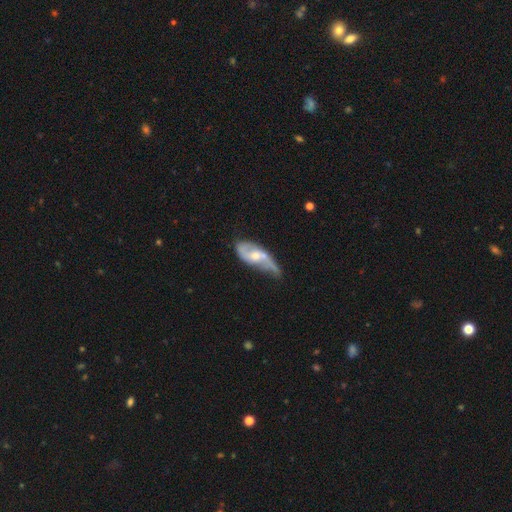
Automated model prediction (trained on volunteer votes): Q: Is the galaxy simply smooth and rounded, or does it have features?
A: featured or disk — 70%.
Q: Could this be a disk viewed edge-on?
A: no — 91%.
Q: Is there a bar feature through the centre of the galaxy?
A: no — 55%.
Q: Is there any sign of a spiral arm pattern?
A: yes — 82%.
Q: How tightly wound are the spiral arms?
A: loose — 58%.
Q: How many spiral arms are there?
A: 2 — 75%.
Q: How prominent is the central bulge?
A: moderate — 58%.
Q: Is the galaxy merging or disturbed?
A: minor disturbance — 36%.